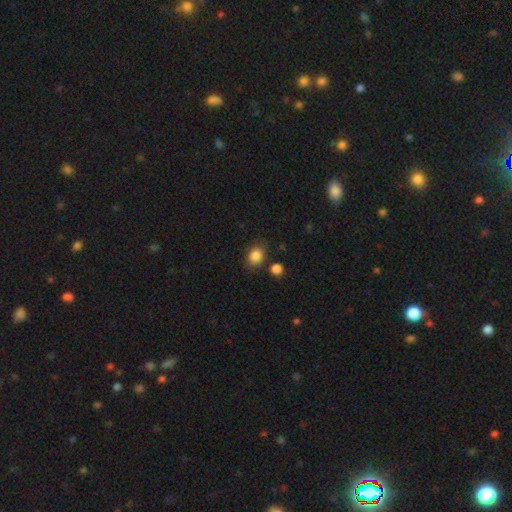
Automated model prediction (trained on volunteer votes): Overall: smooth (86%). How rounded: in between (60%; round 38%). Merging: none (80%).